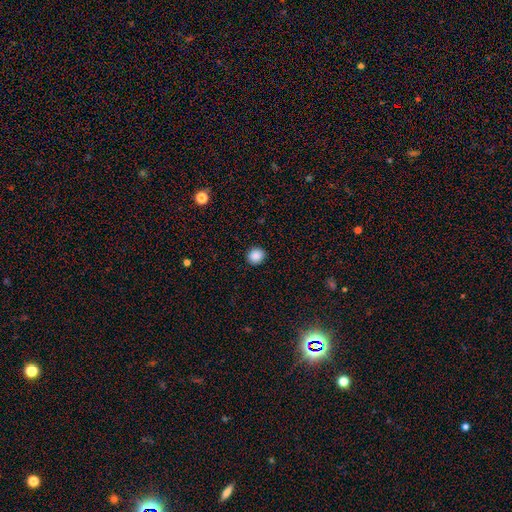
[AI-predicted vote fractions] Smooth or featured? Predicted: smooth (p=0.88). How rounded? Predicted: round (p=0.76). Merging? Predicted: none (p=0.91).